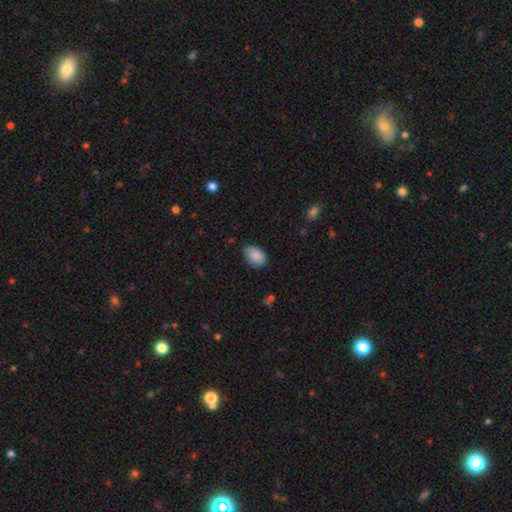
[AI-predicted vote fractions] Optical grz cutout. It shows a smooth galaxy with no disk features (87%) that is in between round and cigar-shaped (84%). Merging: none (71%).